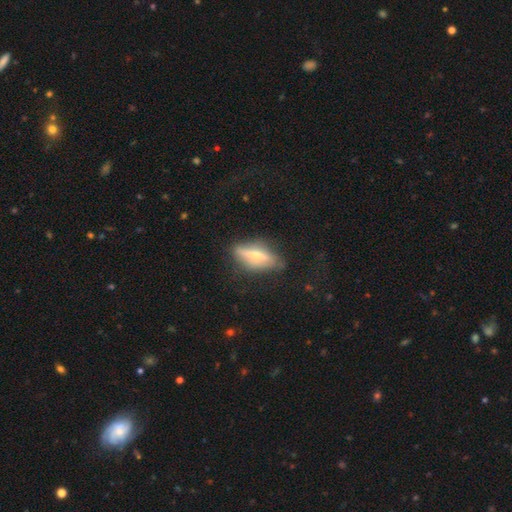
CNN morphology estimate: This is possibly a featured or disk galaxy (57%). It is likely viewed edge-on (80%). Merging: likely none (74%).